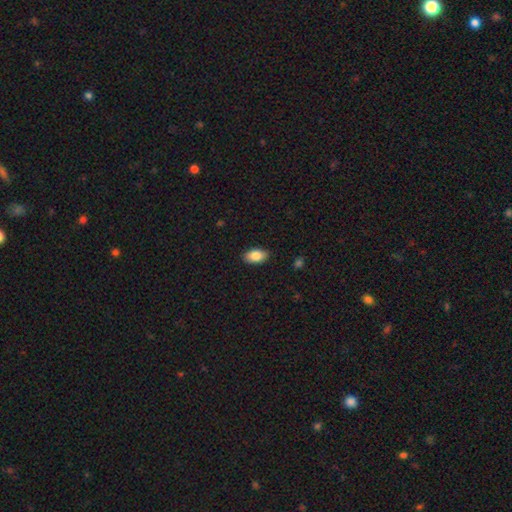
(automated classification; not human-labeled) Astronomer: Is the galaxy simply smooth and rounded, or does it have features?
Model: smooth — 85%.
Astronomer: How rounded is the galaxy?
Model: in between — 92%.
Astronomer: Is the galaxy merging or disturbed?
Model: none — 88%.